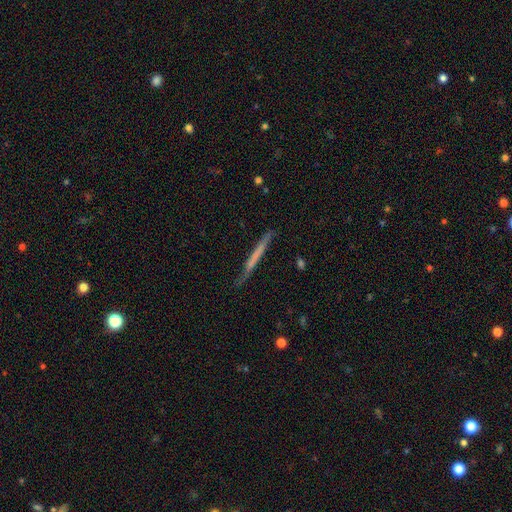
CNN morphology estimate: The model was most divided on "smooth or featured": smooth: 49%, featured or disk: 45%, star or artifact: 6%. More confident: merging — none (77%).